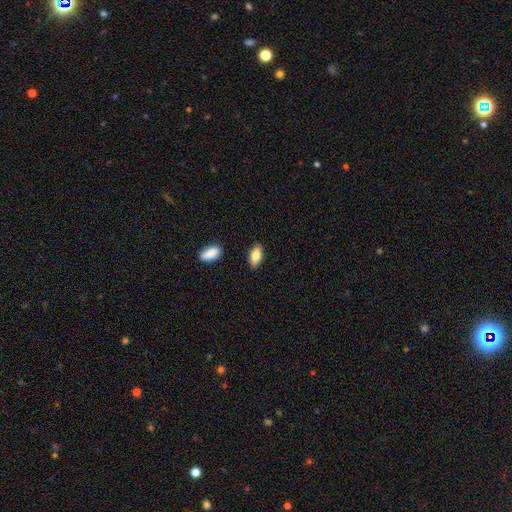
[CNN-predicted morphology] Smooth or featured: smooth — 82% (featured or disk — 11%)
How rounded: in between — 88% (cigar-shaped — 9%)
Merging: none — 87% (minor disturbance — 9%)